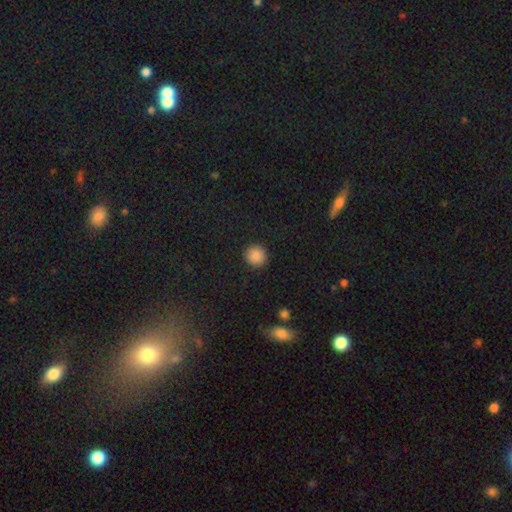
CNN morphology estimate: The model was most divided on "smooth or featured": smooth: 88%, star or artifact: 9%, featured or disk: 3%. More confident: how rounded — round (94%); merging — none (92%).